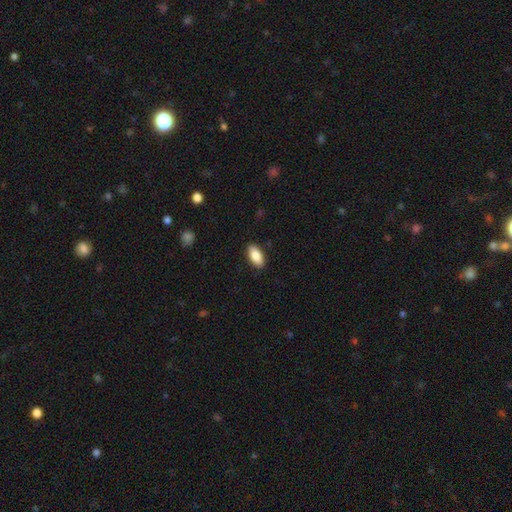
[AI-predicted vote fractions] Smooth or featured?
  - smooth: 85% *
  - featured or disk: 8%
  - star or artifact: 6%
How rounded?
  - in between: 90% *
  - cigar-shaped: 7%
  - round: 2%
Merging?
  - none: 89% *
  - minor disturbance: 8%
  - major disturbance: 2%
  - merger: 1%